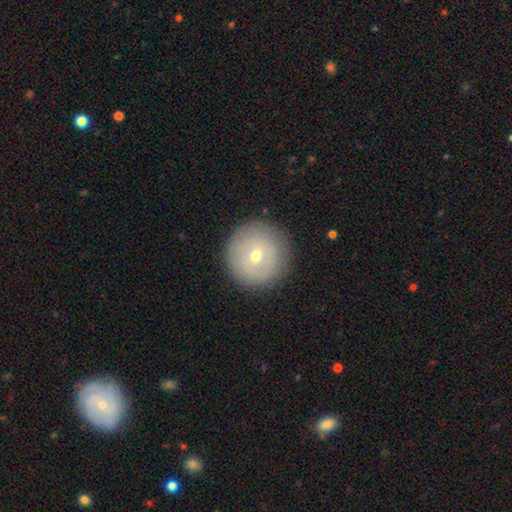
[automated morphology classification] Smooth or featured: smooth — 55% (featured or disk — 36%)
How rounded: round — 95% (in between — 4%)
Merging: none — 89% (minor disturbance — 8%)